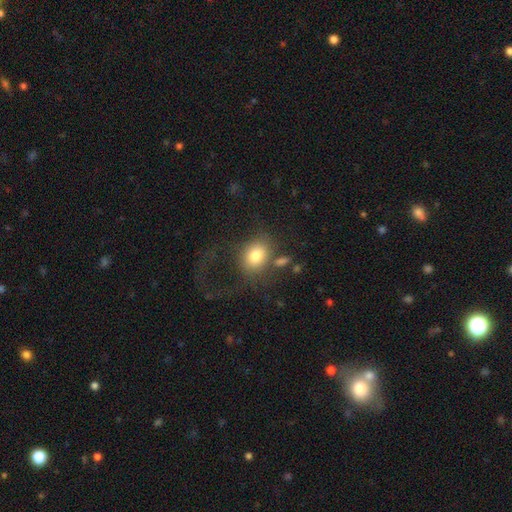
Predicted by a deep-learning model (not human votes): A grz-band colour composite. It shows a smooth galaxy with no disk features (78%) that is in between round and cigar-shaped (51%). Merging: none (53%).